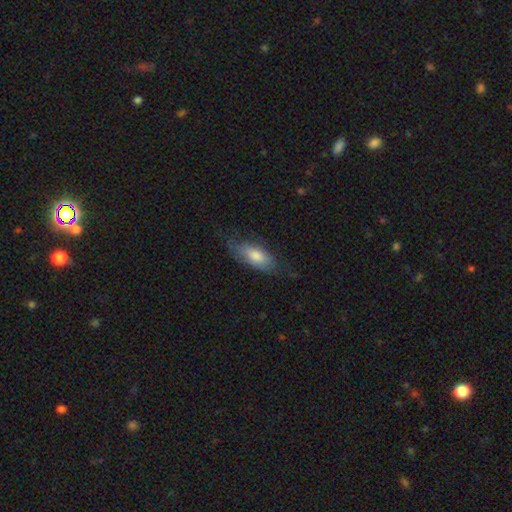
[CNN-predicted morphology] Smooth or featured: smooth — 70% (featured or disk — 23%)
How rounded: in between — 79% (cigar-shaped — 19%)
Merging: none — 61% (minor disturbance — 28%)